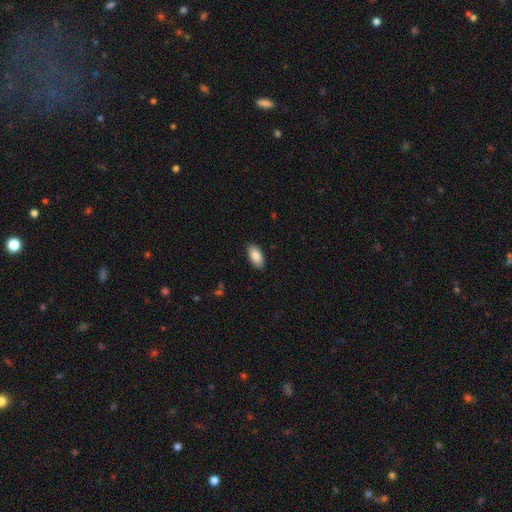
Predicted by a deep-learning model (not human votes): Smooth or featured?
  - smooth: 89% *
  - star or artifact: 6%
  - featured or disk: 5%
How rounded?
  - in between: 94% *
  - cigar-shaped: 3%
  - round: 2%
Merging?
  - none: 88% *
  - minor disturbance: 9%
  - major disturbance: 2%
  - merger: 1%